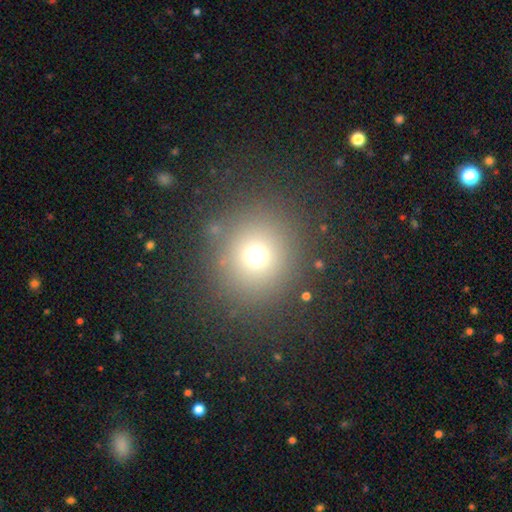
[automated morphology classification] A smooth galaxy with no disk features (69%) that is round (90%). Merging: none (85%).